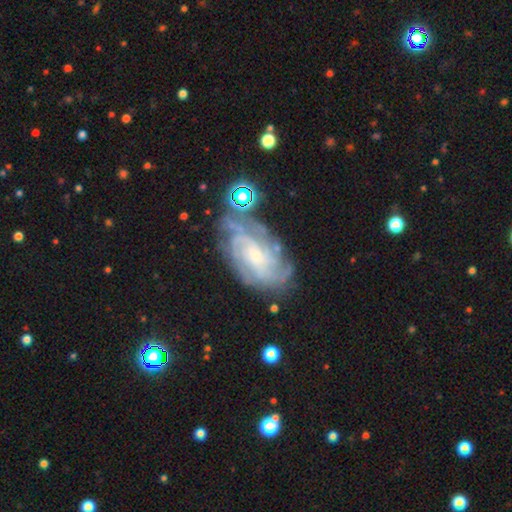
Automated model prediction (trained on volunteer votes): This appears to be a featured or disk galaxy (83%) with no bar (64%), tight (62%) spiral arms (95%) and a small central bulge (64%). Merging: none (70%).